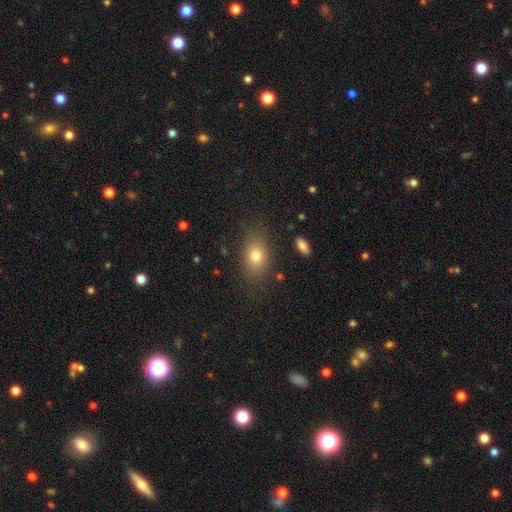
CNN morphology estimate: This appears to be a smooth galaxy with no disk features (77%) that is in between round and cigar-shaped (75%). Merging: none (79%).